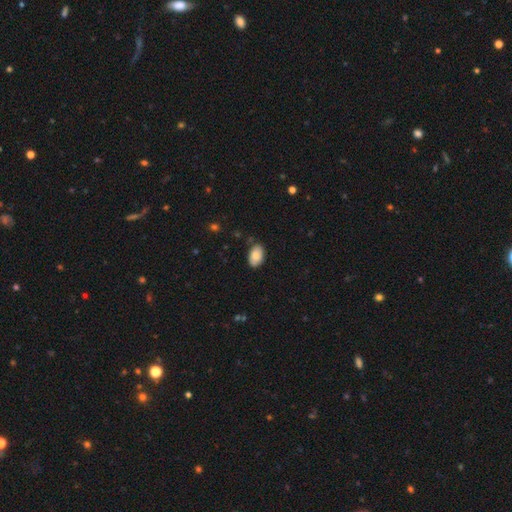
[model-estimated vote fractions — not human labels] A smooth galaxy with no disk features (79%) that is in between round and cigar-shaped (91%).

Vote fractions:
- Smooth or featured? smooth: 79% / featured or disk: 14% / star or artifact: 7%
- How rounded? in between: 91% / round: 7% / cigar-shaped: 1%
- Merging? none: 76% / minor disturbance: 19% / major disturbance: 3% / merger: 2%